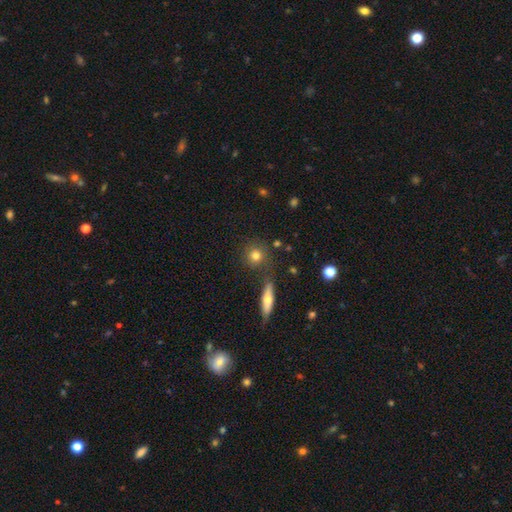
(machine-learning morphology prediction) Smooth or featured?
  - smooth: 77% *
  - featured or disk: 12%
  - star or artifact: 11%
How rounded?
  - round: 85% *
  - in between: 12%
  - cigar-shaped: 3%
Merging?
  - none: 79% *
  - minor disturbance: 10%
  - merger: 8%
  - major disturbance: 3%